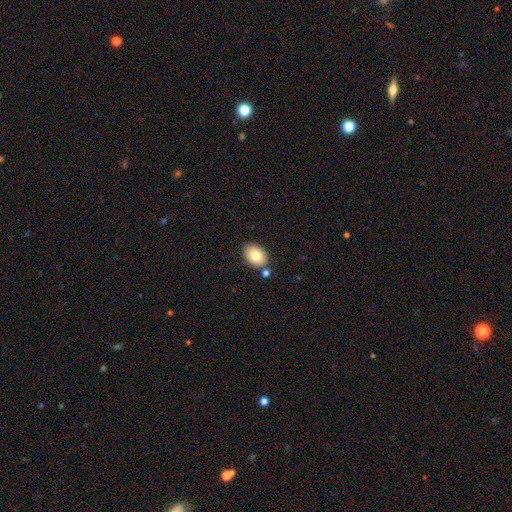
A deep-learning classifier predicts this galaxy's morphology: Smooth or featured: smooth — 80% (featured or disk — 12%)
How rounded: in between — 74% (round — 25%)
Merging: none — 80% (minor disturbance — 11%)